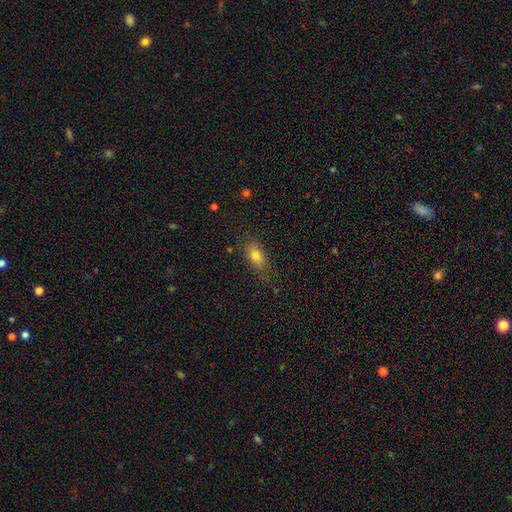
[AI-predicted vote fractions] Overall: smooth (79%). How rounded: in between (85%). Merging: none (73%).